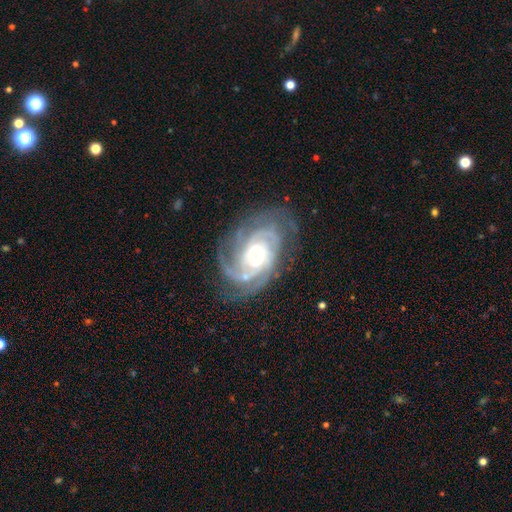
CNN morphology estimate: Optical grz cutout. It shows a featured or disk galaxy (90%) with no bar (53%), 3 (39%) tight (62%) spiral arms (98%) and a moderate central bulge (61%). Merging: none (70%).